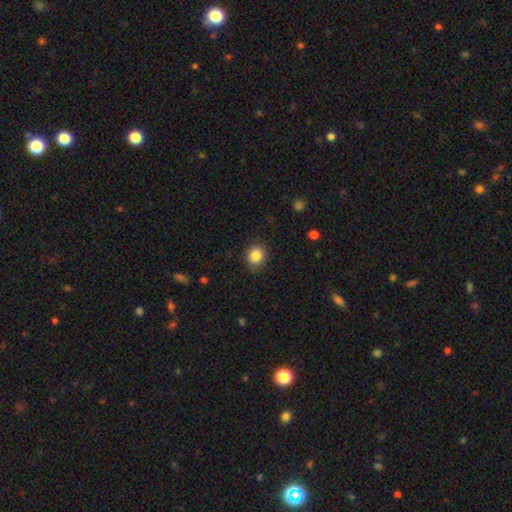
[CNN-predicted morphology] Smooth or featured? smooth (85%)
How rounded? round (76%)
Merging? none (83%)